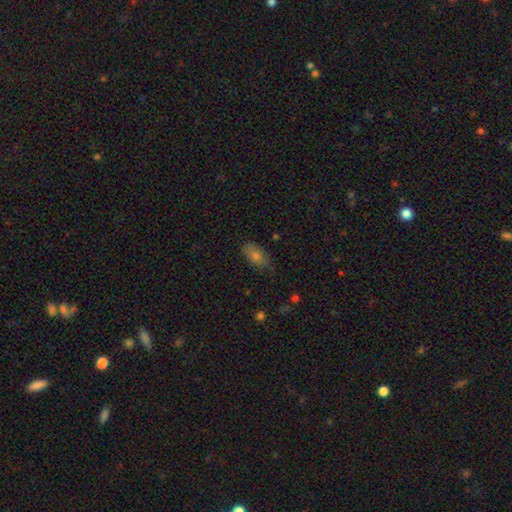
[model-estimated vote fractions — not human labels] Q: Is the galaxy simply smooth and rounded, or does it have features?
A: smooth — 71%.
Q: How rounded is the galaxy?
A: in between — 87%.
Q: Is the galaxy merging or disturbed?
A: none — 74%.